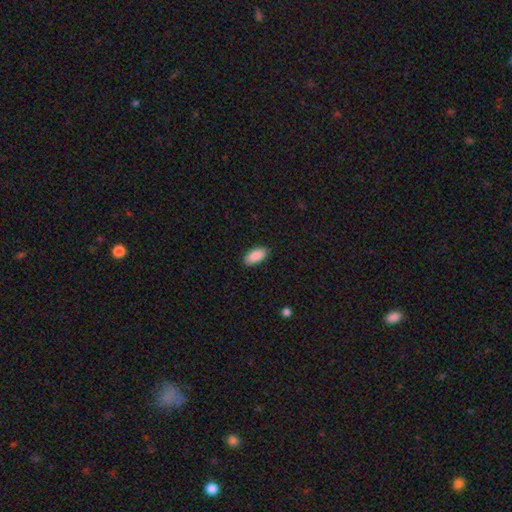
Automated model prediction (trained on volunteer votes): This is clearly a smooth galaxy (89%). How rounded: clearly in between (92%). Merging: clearly none (89%).